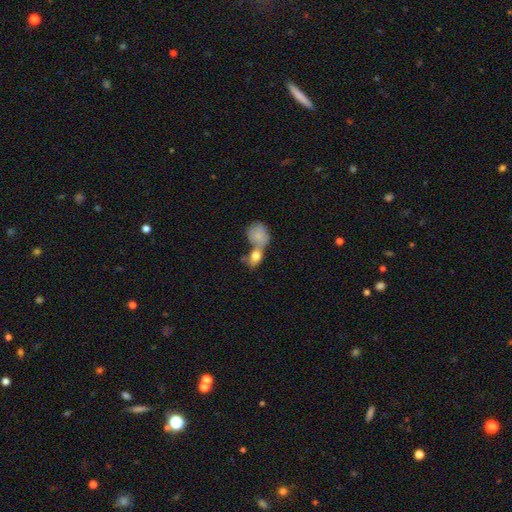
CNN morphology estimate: The model was most divided on "how rounded": in between: 61%, round: 35%, cigar-shaped: 4%. More confident: smooth or featured — smooth (77%); merging — merger (66%).